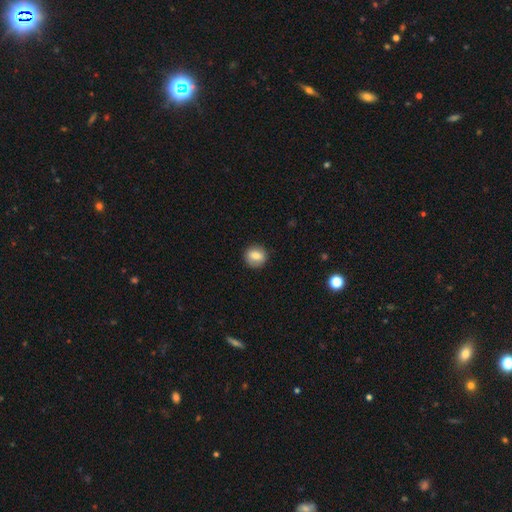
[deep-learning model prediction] Smooth or featured? smooth (77%)
How rounded? round (81%)
Merging? none (87%)